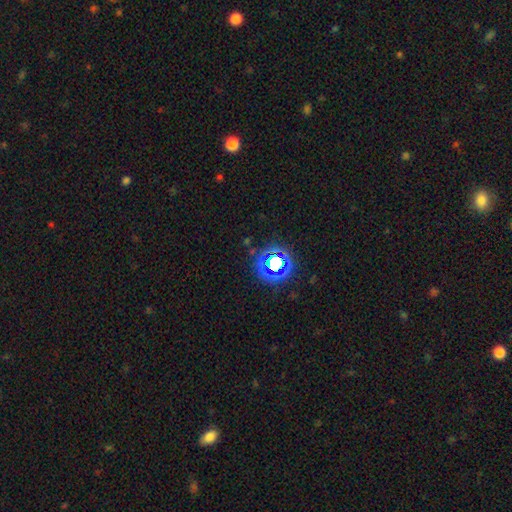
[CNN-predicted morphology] Smooth or featured? Predicted: star or artifact (p=0.72).